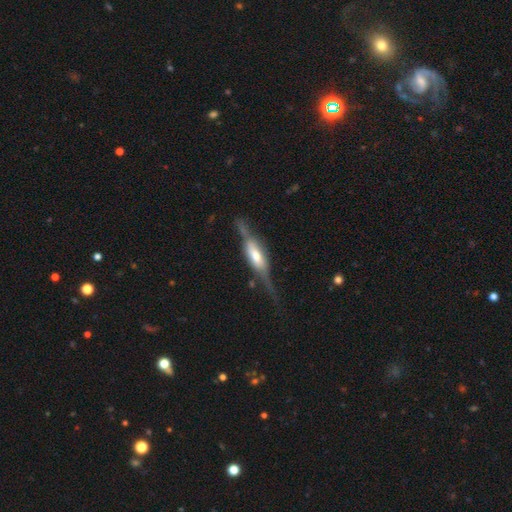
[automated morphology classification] This appears to be a featured or disk galaxy (71%) viewed edge-on (87%) with a rounded central bulge (57%). Merging: none (59%).